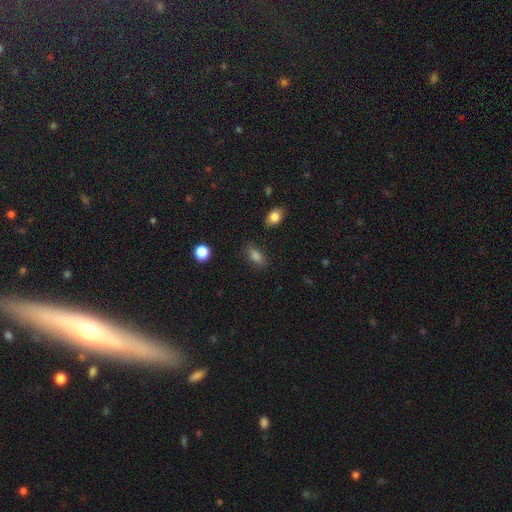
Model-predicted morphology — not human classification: Smooth or featured? Predicted: smooth (p=0.82). How rounded? Predicted: in between (p=0.82). Merging? Predicted: none (p=0.83).